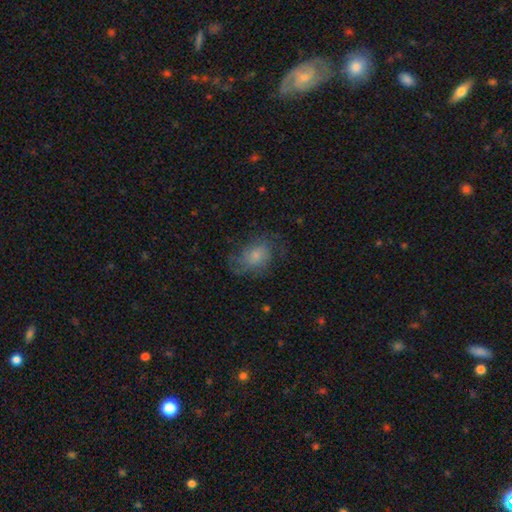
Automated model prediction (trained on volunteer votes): This is possibly a smooth galaxy (51%). How rounded: likely in between (64%). Merging: possibly none (56%).